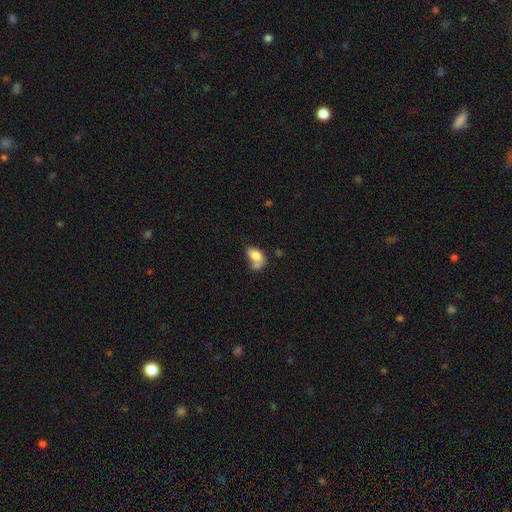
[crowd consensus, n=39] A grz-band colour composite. It shows a smooth galaxy with no disk features (82%) that is in between round and cigar-shaped (91%). Merging: merger (44%).